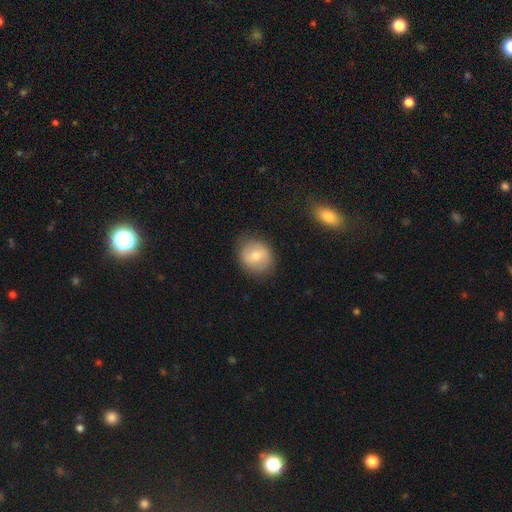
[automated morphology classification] smooth 66%, featured or disk 27%, star or artifact 7%. Down the decision tree: how rounded — round (73%); merging — none (81%).